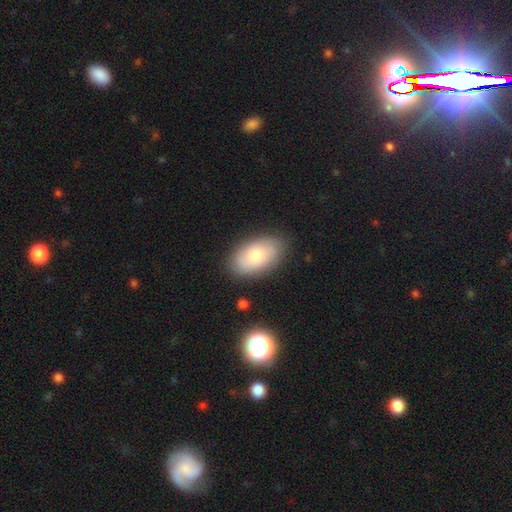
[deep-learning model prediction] A smooth galaxy with no disk features (67%) that is in between round and cigar-shaped (92%). Merging: none (81%).